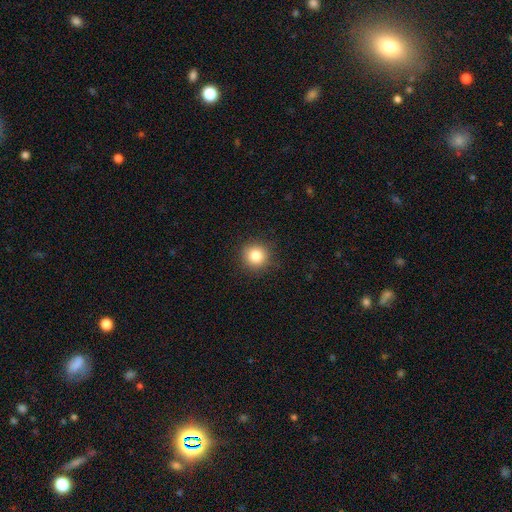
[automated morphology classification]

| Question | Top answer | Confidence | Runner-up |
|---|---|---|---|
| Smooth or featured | smooth | 83% | star or artifact (11%) |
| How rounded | round | 94% | in between (5%) |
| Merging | none | 91% | minor disturbance (6%) |